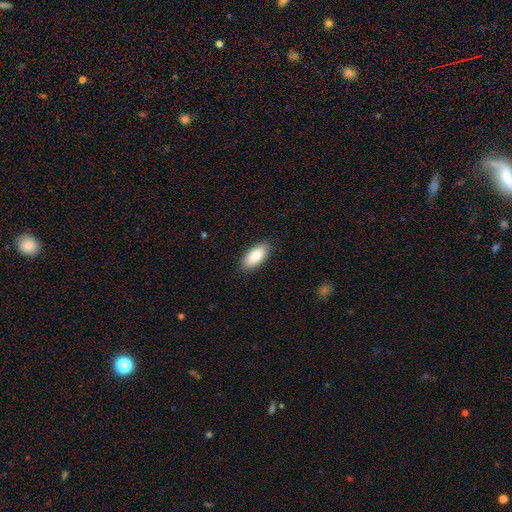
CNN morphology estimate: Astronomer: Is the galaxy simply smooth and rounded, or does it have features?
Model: smooth — 86%.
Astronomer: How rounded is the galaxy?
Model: in between — 89%.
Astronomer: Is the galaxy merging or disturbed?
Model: none — 88%.